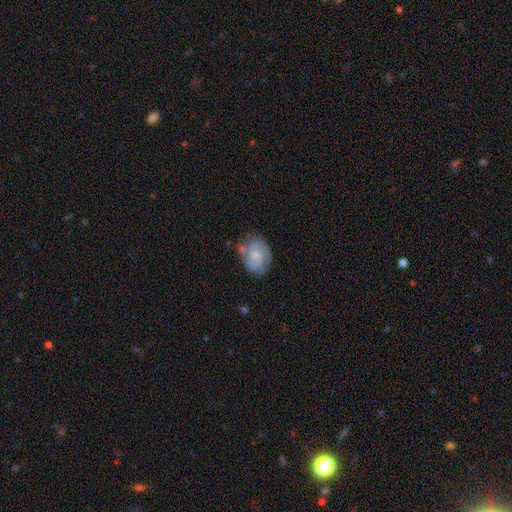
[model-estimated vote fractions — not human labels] Overall: featured or disk (73%). Edge-on disk: no (98%). Bar: no (61%; weak 35%). Spiral arms: yes (92%). Spiral arm count: 2 (63%). Spiral winding: tight (47%; medium 42%). Bulge size: small (41%; moderate 36%). Merging: none (67%).